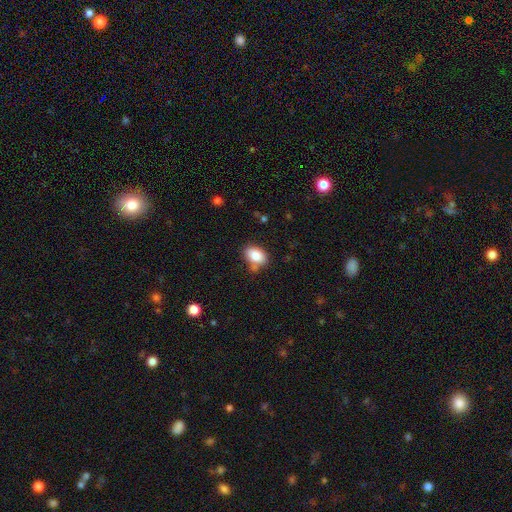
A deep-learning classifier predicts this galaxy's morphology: type=smooth (86%); roundness=in between (84%); merging=none (67%).